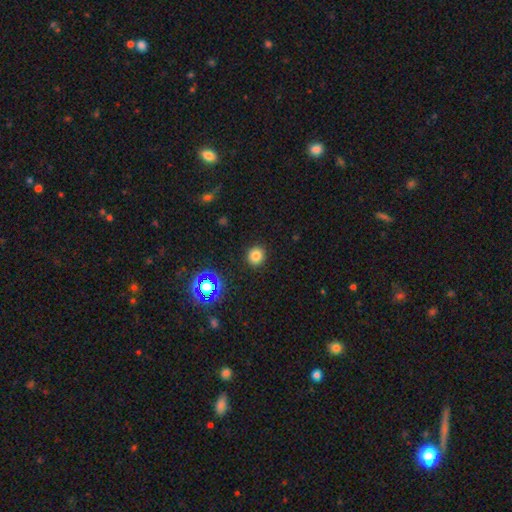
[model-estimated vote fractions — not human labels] Smooth or featured? smooth (78%)
How rounded? round (90%)
Merging? none (91%)